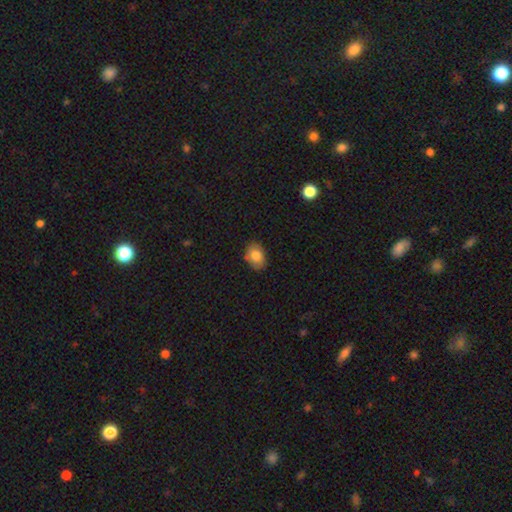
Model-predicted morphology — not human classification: Overall: smooth (81%). How rounded: in between (76%). Merging: none (83%).